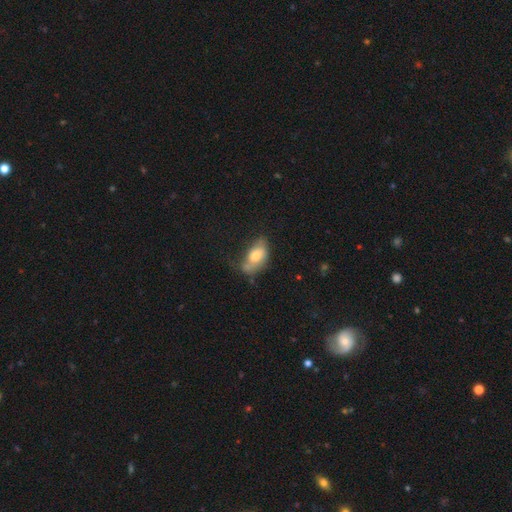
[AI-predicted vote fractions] A smooth galaxy with no disk features (67%) that is in between round and cigar-shaped (88%). Merging: none (41%).